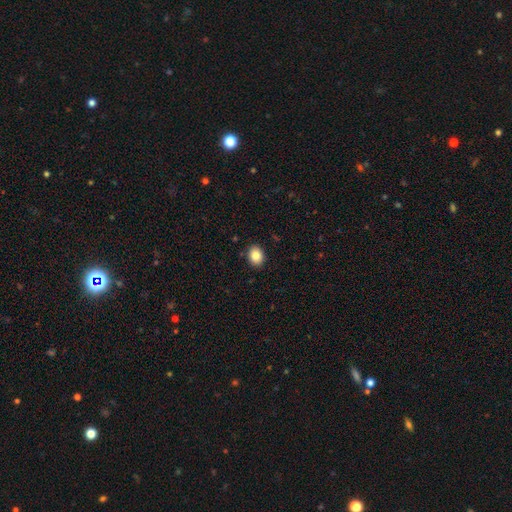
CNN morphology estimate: Smooth or featured?
  - smooth: 85% *
  - star or artifact: 9%
  - featured or disk: 6%
How rounded?
  - in between: 52% *
  - round: 47%
  - cigar-shaped: 1%
Merging?
  - none: 90% *
  - minor disturbance: 7%
  - major disturbance: 2%
  - merger: 1%